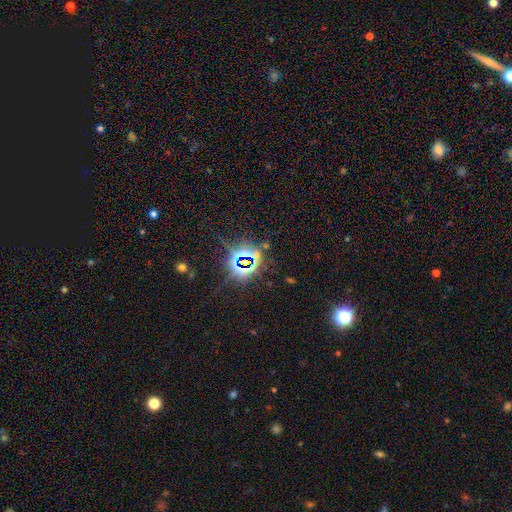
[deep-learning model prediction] Smooth or featured? Predicted: star or artifact (p=0.81).